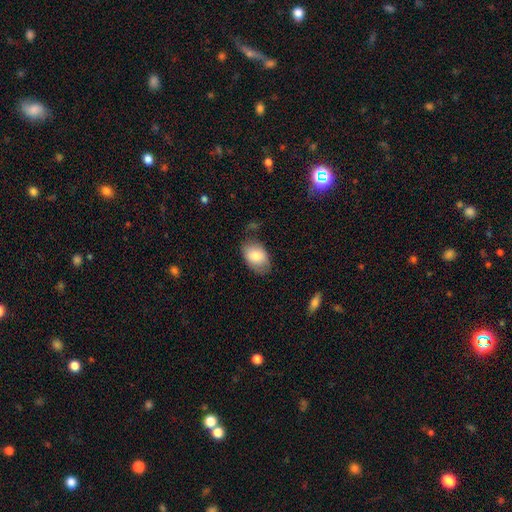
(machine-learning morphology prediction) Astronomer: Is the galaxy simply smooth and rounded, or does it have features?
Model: smooth — 79%.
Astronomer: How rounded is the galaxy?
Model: in between — 87%.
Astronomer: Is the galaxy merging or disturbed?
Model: none — 68%.